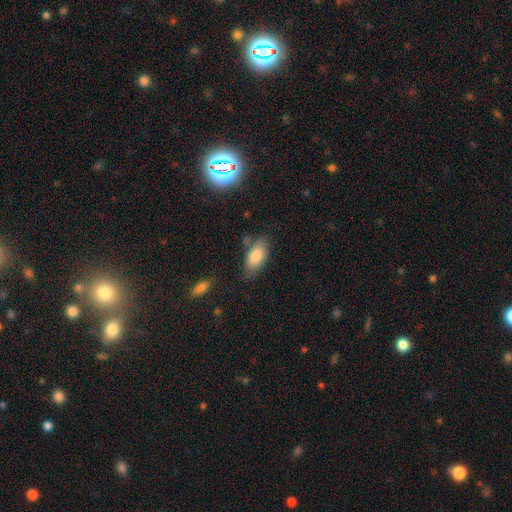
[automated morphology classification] smooth_or_featured: smooth (p=0.81) [alt: featured or disk p=0.12]
how_rounded: in between (p=0.90) [alt: cigar-shaped p=0.07]
merging: none (p=0.68) [alt: minor disturbance p=0.21]